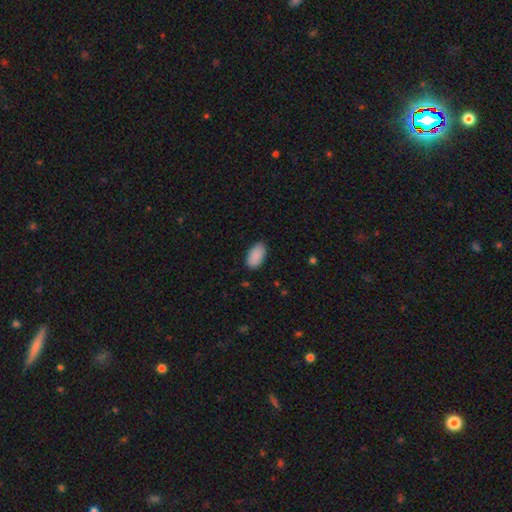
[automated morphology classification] smooth-or-featured: smooth: 90% | star or artifact: 6% | featured or disk: 3%
  how-rounded: in between: 95% | round: 3% | cigar-shaped: 2%
  merging: none: 87% | minor disturbance: 10% | major disturbance: 2% | merger: 1%